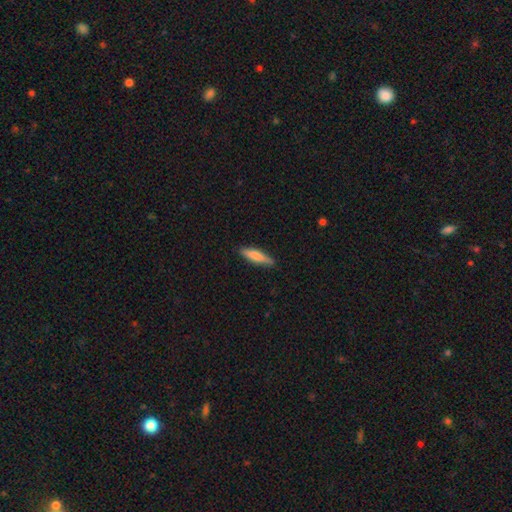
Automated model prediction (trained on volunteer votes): A smooth galaxy with no disk features (75%) that is cigar-shaped (78%).

Vote fractions:
- Smooth or featured? smooth: 75% / featured or disk: 19% / star or artifact: 6%
- How rounded? cigar-shaped: 78% / in between: 20% / round: 1%
- Merging? none: 87% / minor disturbance: 10% / major disturbance: 2% / merger: 1%